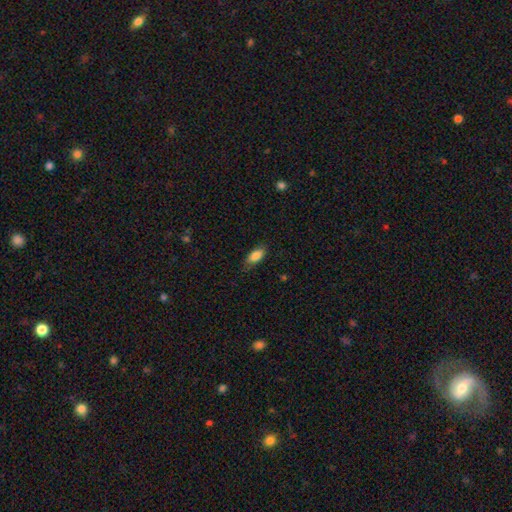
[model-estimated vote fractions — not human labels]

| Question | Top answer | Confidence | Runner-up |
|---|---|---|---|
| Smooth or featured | smooth | 84% | featured or disk (9%) |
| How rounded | in between | 86% | cigar-shaped (12%) |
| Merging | none | 75% | minor disturbance (19%) |